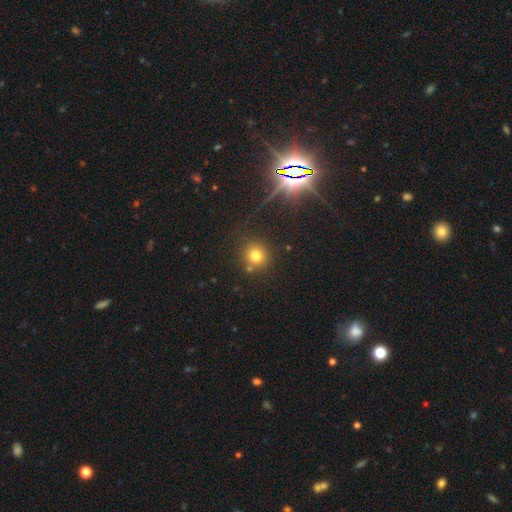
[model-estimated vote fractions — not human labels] smooth_or_featured: smooth (p=0.73) [alt: star or artifact p=0.18]
how_rounded: round (p=0.90) [alt: in between p=0.09]
merging: none (p=0.77) [alt: minor disturbance p=0.10]